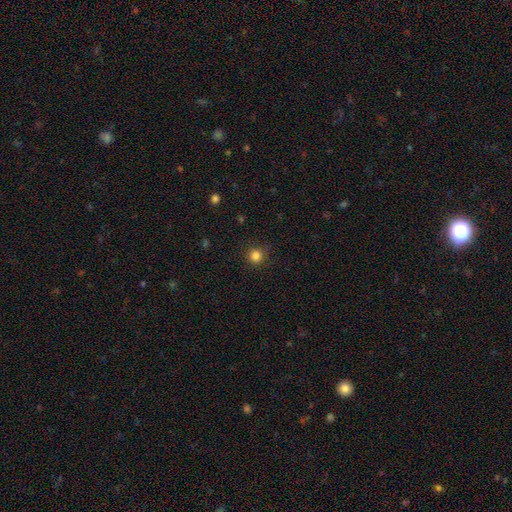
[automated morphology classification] Smooth or featured?
  - smooth: 83% *
  - star or artifact: 13%
  - featured or disk: 4%
How rounded?
  - round: 94% *
  - in between: 5%
  - cigar-shaped: 1%
Merging?
  - none: 88% *
  - minor disturbance: 8%
  - major disturbance: 3%
  - merger: 1%